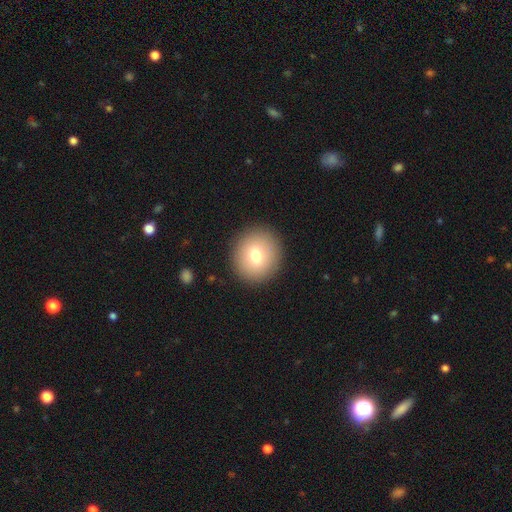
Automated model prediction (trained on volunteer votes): smooth 76%, featured or disk 15%, star or artifact 10%. Down the decision tree: how rounded — round (86%); merging — none (91%).